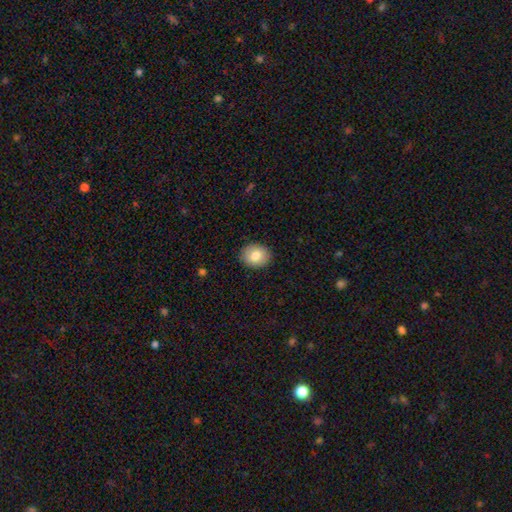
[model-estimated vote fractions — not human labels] smooth_or_featured: smooth (p=0.81) [alt: featured or disk p=0.11]
how_rounded: round (p=0.57) [alt: in between p=0.43]
merging: none (p=0.90) [alt: minor disturbance p=0.07]